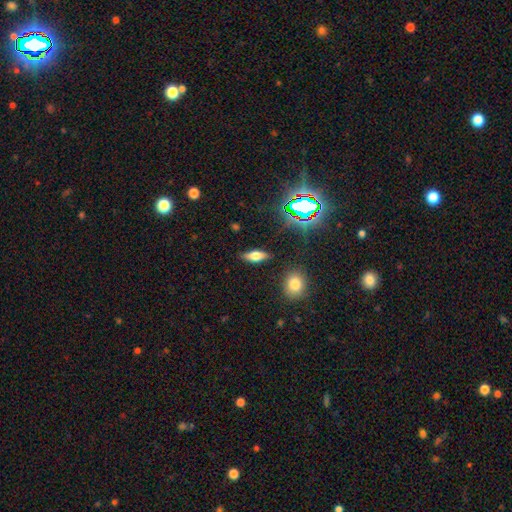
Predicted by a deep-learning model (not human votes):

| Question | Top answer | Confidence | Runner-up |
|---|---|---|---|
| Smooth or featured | smooth | 55% | featured or disk (30%) |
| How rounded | in between | 67% | cigar-shaped (27%) |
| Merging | none | 85% | minor disturbance (10%) |